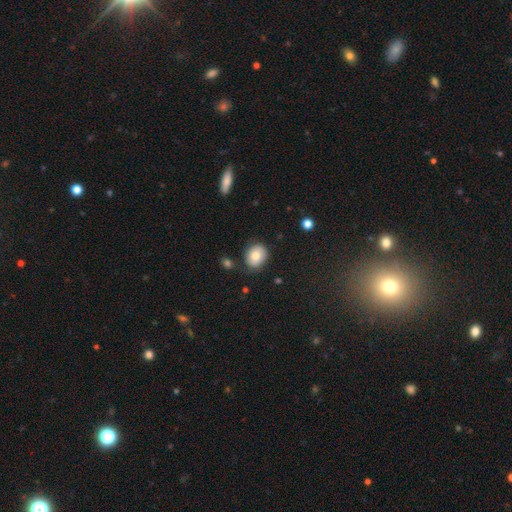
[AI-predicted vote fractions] Smooth or featured? smooth (76%)
How rounded? round (56%)
Merging? none (79%)